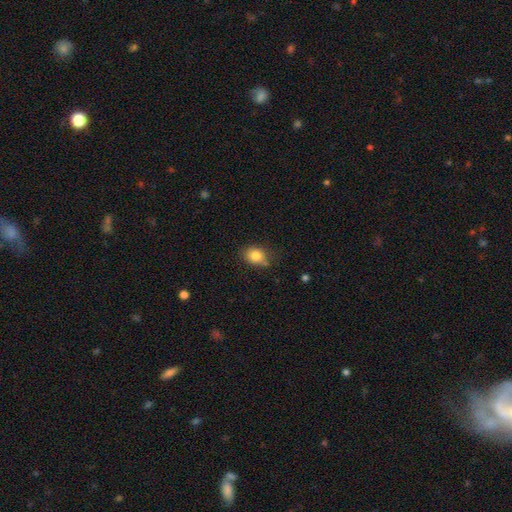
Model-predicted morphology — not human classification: smooth_or_featured: smooth (p=0.83) [alt: star or artifact p=0.10]
how_rounded: in between (p=0.51) [alt: round p=0.48]
merging: none (p=0.67) [alt: minor disturbance p=0.23]